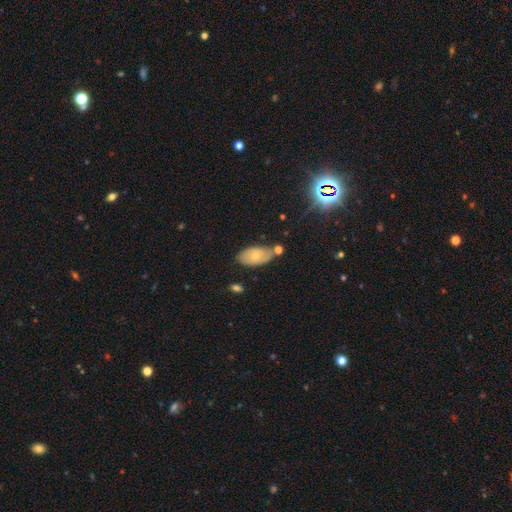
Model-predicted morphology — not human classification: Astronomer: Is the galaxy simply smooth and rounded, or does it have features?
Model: smooth — 58%.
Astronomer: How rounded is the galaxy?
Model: in between — 93%.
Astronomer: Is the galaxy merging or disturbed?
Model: none — 69%.